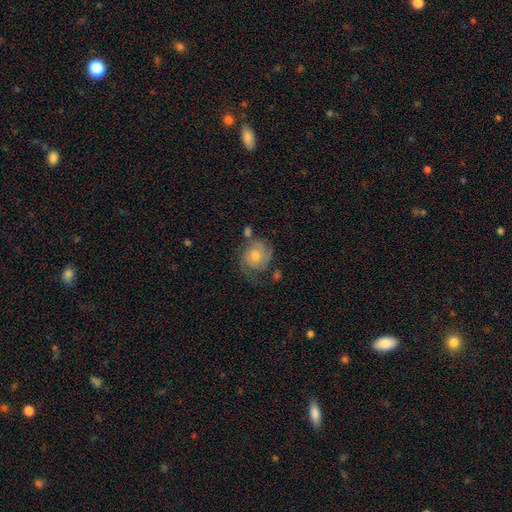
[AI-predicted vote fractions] featured or disk 63%, smooth 30%, star or artifact 7%. Down the decision tree: edge-on disk — no (98%); bar — no (73%); spiral arms — yes (89%); spiral arm count — 2 (50%); spiral winding — tight (49%); bulge size — moderate (52%); merging — none (49%).